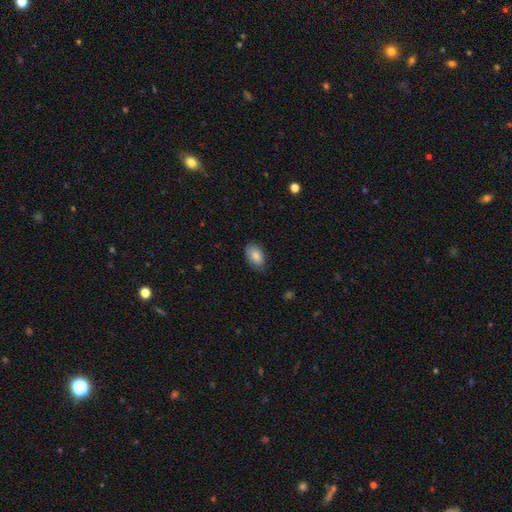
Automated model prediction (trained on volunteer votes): Smooth or featured?
  - smooth: 83% *
  - featured or disk: 10%
  - star or artifact: 7%
How rounded?
  - in between: 91% *
  - round: 8%
  - cigar-shaped: 1%
Merging?
  - none: 72% *
  - minor disturbance: 23%
  - major disturbance: 4%
  - merger: 1%